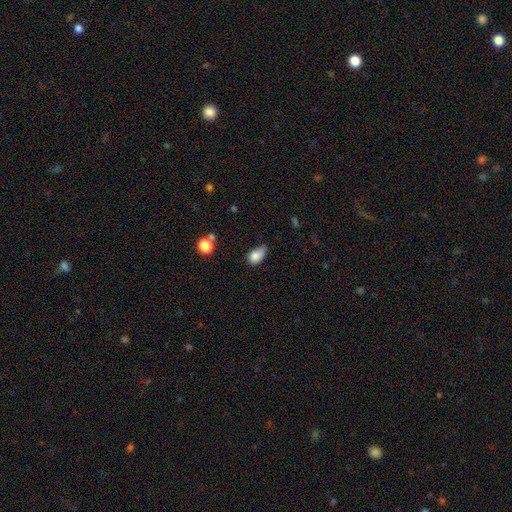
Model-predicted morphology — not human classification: type=smooth (83%); roundness=in between (86%); merging=minor disturbance (46%).